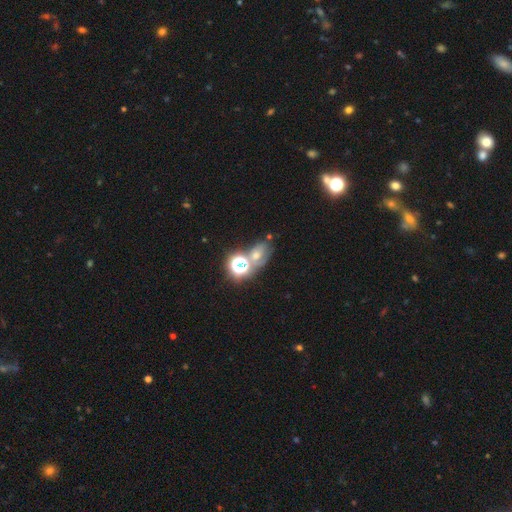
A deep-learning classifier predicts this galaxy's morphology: A star or artifact, not a galaxy (47%).

Vote fractions:
- Smooth or featured? star or artifact: 47% / smooth: 31% / featured or disk: 22%